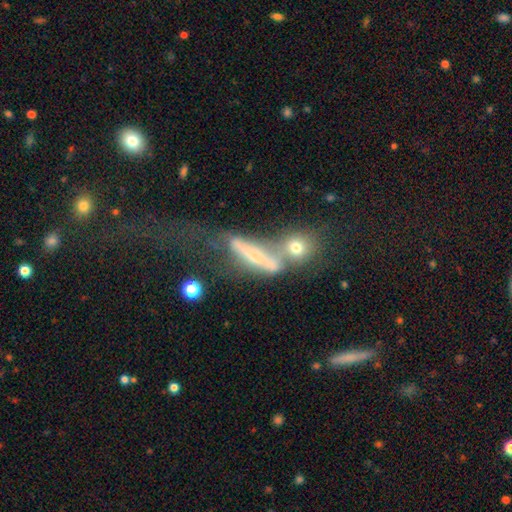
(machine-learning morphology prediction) smooth-or-featured: featured or disk: 49% | smooth: 39% | star or artifact: 12%
  merging: merger: 55% | major disturbance: 20% | none: 16% | minor disturbance: 9%